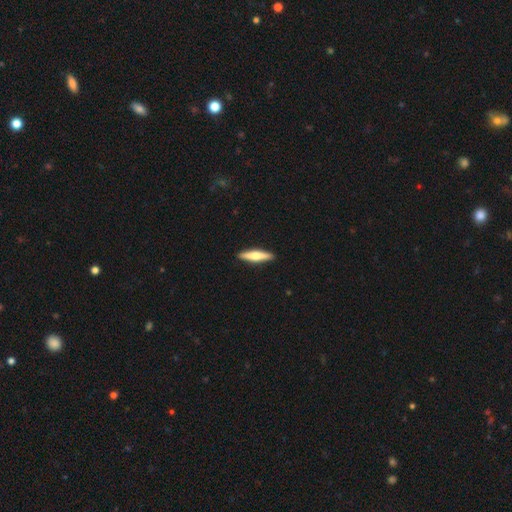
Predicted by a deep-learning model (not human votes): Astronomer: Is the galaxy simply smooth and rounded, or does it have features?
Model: smooth — 52% (runner-up: featured or disk, 43%).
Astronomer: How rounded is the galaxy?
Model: cigar-shaped — 81%.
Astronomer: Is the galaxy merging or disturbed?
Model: none — 92%.